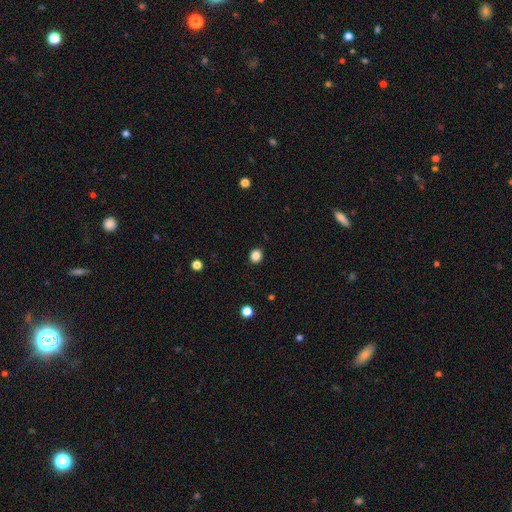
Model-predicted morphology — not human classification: A smooth galaxy with no disk features (85%) that is round (81%). Merging: none (91%).